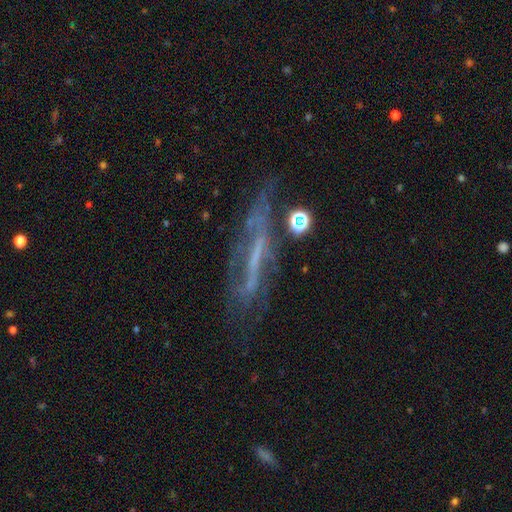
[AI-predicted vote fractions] A featured or disk galaxy (67%).

Vote fractions:
- Smooth or featured? featured or disk: 67% / smooth: 19% / star or artifact: 14%
- Edge-on disk? no: 53% / yes: 47%
- Merging? none: 50% / minor disturbance: 23% / major disturbance: 21% / merger: 5%